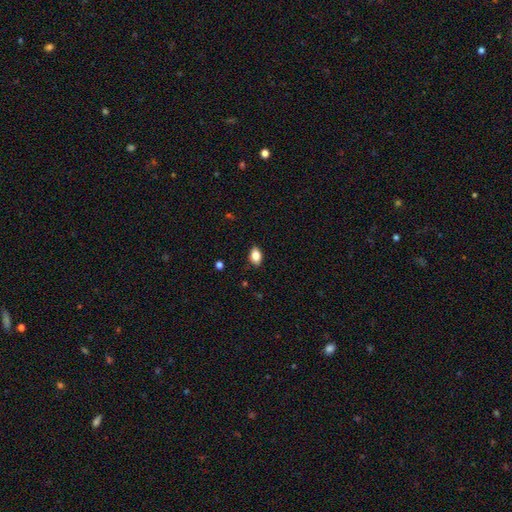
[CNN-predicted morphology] Smooth or featured?
  - smooth: 83% *
  - featured or disk: 9%
  - star or artifact: 8%
How rounded?
  - in between: 86% *
  - round: 12%
  - cigar-shaped: 2%
Merging?
  - none: 85% *
  - minor disturbance: 12%
  - major disturbance: 2%
  - merger: 1%